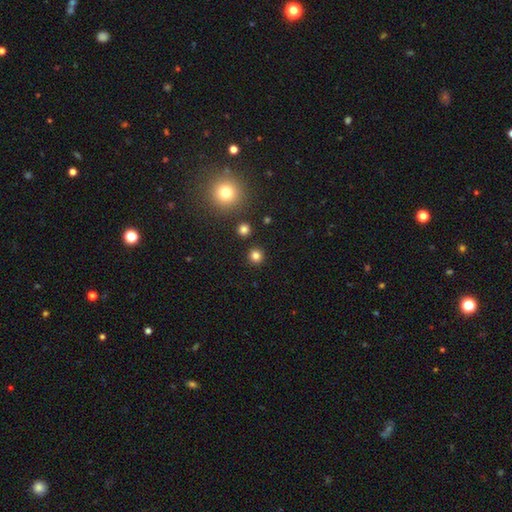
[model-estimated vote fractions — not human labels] Smooth or featured? Predicted: smooth (p=0.81). How rounded? Predicted: round (p=0.93). Merging? Predicted: none (p=0.90).